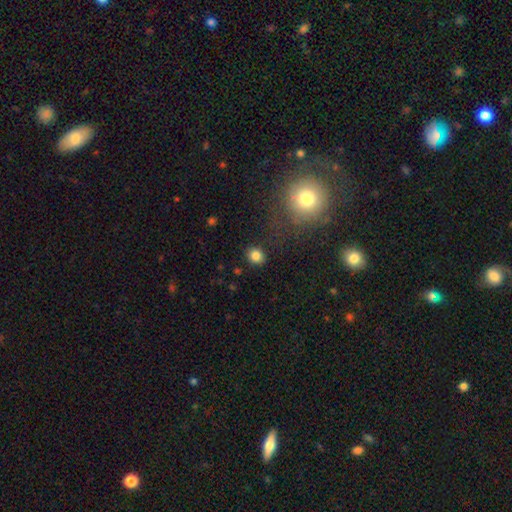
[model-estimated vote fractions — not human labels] Q: Smooth or featured?
A: smooth (82%); runner-up: star or artifact (12%)
Q: How rounded?
A: round (73%); runner-up: in between (26%)
Q: Merging?
A: none (87%); runner-up: minor disturbance (8%)